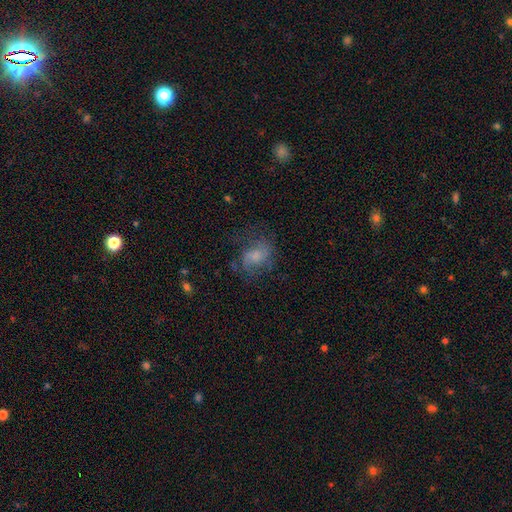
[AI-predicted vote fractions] Smooth or featured? Predicted: featured or disk (p=0.45). Merging? Predicted: none (p=0.51).